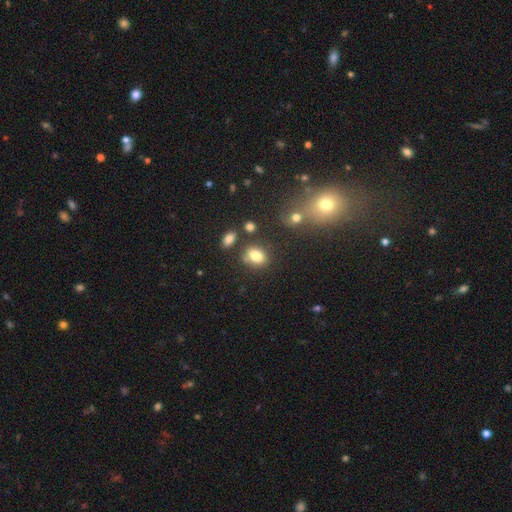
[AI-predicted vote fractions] Smooth or featured?
  - smooth: 79% *
  - star or artifact: 11%
  - featured or disk: 9%
How rounded?
  - in between: 63% *
  - round: 35%
  - cigar-shaped: 2%
Merging?
  - none: 69% *
  - minor disturbance: 15%
  - merger: 12%
  - major disturbance: 5%